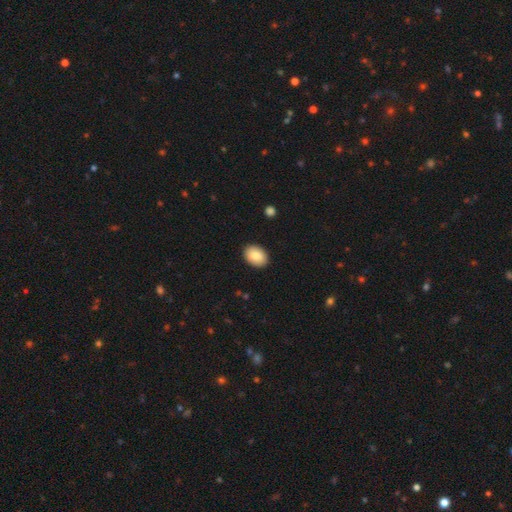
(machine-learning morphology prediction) Q: Smooth or featured?
A: smooth (85%); runner-up: featured or disk (9%)
Q: How rounded?
A: in between (79%); runner-up: round (20%)
Q: Merging?
A: none (90%); runner-up: minor disturbance (7%)